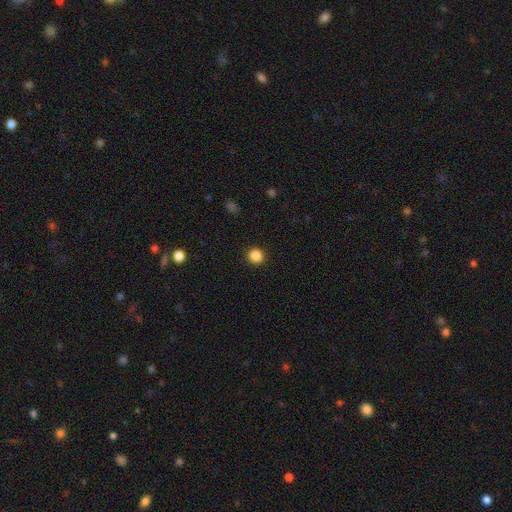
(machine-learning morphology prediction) Smooth or featured: smooth — 86% (star or artifact — 11%)
How rounded: round — 87% (in between — 12%)
Merging: none — 92% (minor disturbance — 5%)